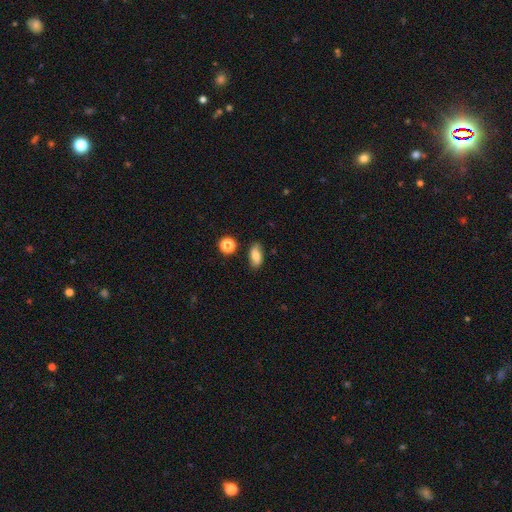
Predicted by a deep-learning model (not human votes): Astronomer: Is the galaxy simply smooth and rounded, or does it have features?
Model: smooth — 81%.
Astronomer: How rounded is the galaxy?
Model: in between — 86%.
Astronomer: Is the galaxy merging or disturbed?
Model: none — 81%.